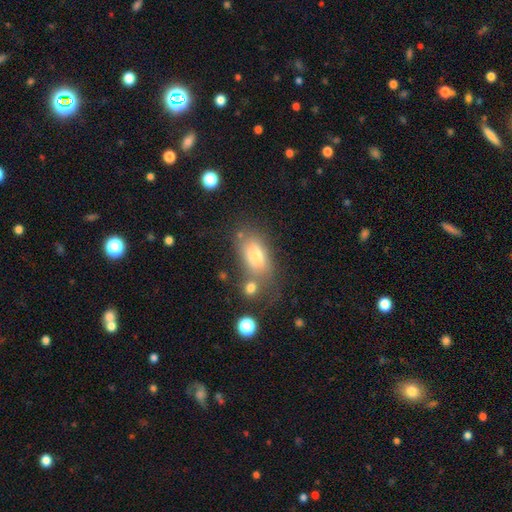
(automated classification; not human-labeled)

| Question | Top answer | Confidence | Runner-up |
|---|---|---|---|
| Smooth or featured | smooth | 71% | featured or disk (19%) |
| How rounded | in between | 85% | round (9%) |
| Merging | none | 54% | minor disturbance (20%) |